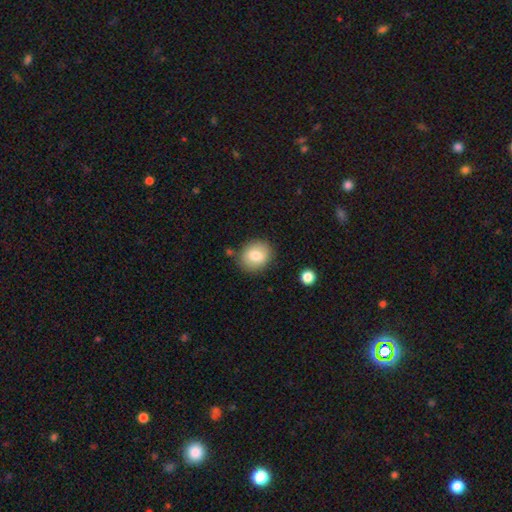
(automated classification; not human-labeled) smooth-or-featured: smooth: 78% | featured or disk: 13% | star or artifact: 8%
  how-rounded: round: 70% | in between: 29% | cigar-shaped: 1%
  merging: none: 82% | minor disturbance: 12% | merger: 3% | major disturbance: 3%